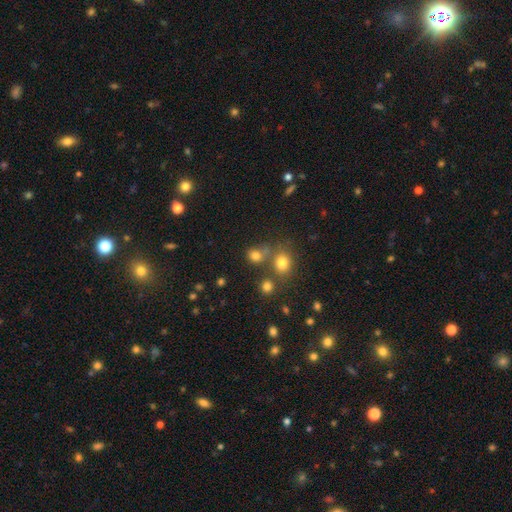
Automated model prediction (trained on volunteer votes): smooth 77%, star or artifact 16%, featured or disk 7%. Down the decision tree: how rounded — round (70%); merging — none (57%).